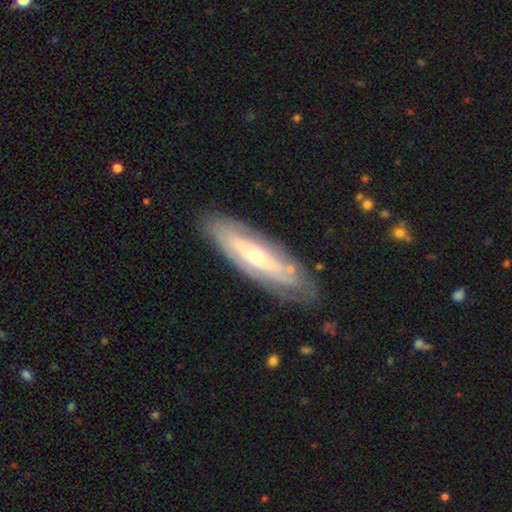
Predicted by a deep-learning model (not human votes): Q: Smooth or featured?
A: featured or disk (68%); runner-up: smooth (26%)
Q: Edge-on disk?
A: no (69%); runner-up: yes (31%)
Q: Merging?
A: none (79%); runner-up: minor disturbance (15%)